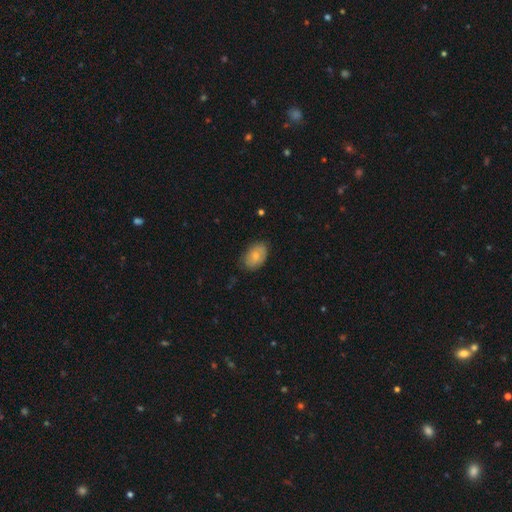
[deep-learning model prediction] smooth-or-featured: smooth: 74% | featured or disk: 19% | star or artifact: 7%
  how-rounded: in between: 88% | round: 11% | cigar-shaped: 1%
  merging: none: 75% | minor disturbance: 20% | major disturbance: 4% | merger: 1%